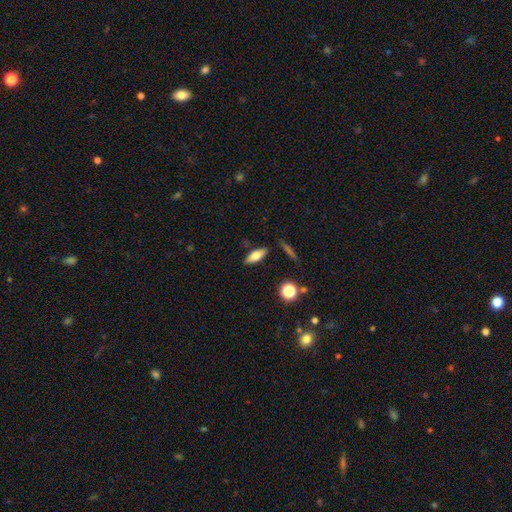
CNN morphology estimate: Smooth or featured? Predicted: smooth (p=0.67). How rounded? Predicted: in between (p=0.67). Merging? Predicted: none (p=0.85).